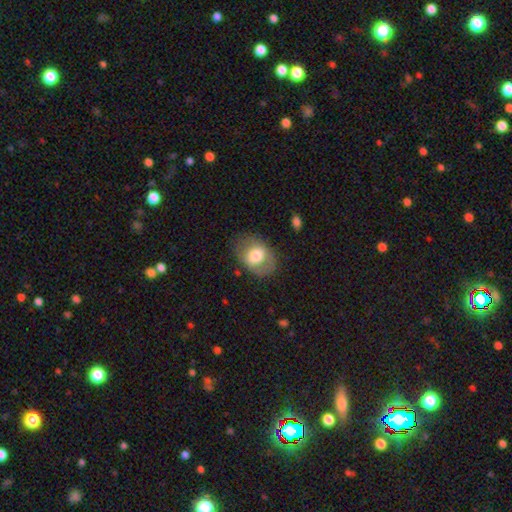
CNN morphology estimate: Overall: smooth (61%; featured or disk 32%). How rounded: in between (68%; round 31%). Merging: none (69%).